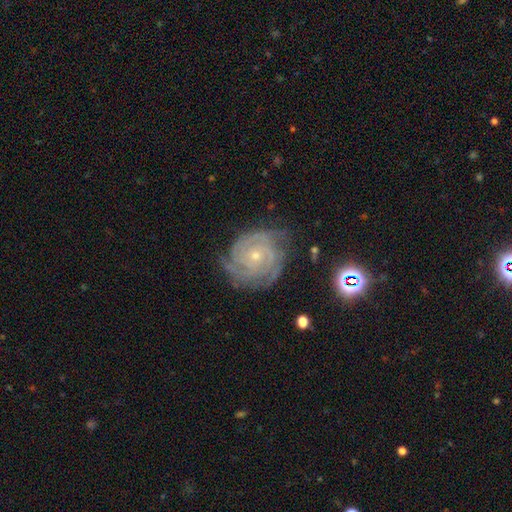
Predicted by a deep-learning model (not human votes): Morphology: type=featured or disk (88%); edge-on=no (98%); bar=no (76%); spiral arms=yes (98%); winding=tight (80%); arm count=3 (34%); bulge=small (75%); merging=none (74%).